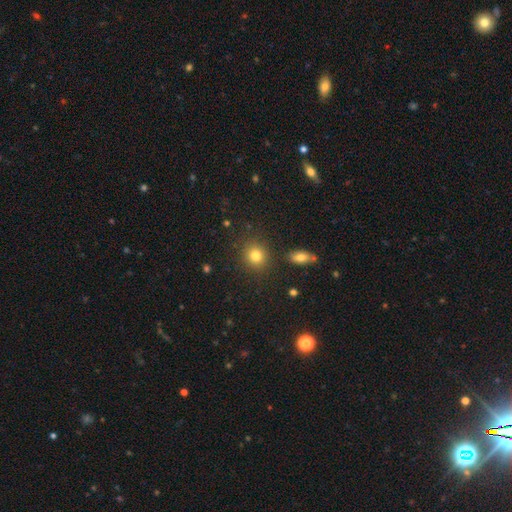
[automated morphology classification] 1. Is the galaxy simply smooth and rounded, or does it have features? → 81% smooth, 12% star or artifact, 7% featured or disk.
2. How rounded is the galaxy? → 82% round, 17% in between, 1% cigar-shaped.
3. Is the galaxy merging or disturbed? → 85% none, 8% minor disturbance, 4% merger, 3% major disturbance.